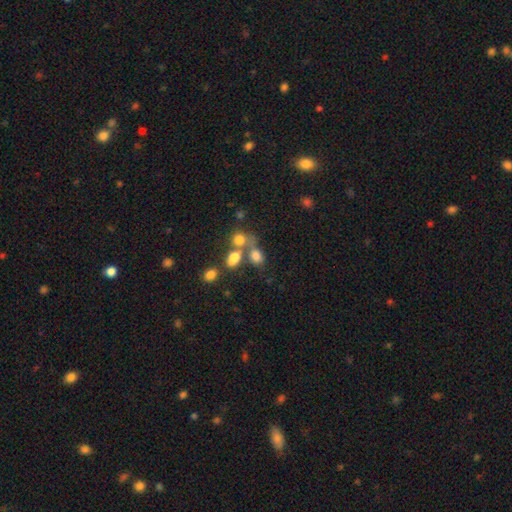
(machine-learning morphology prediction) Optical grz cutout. It shows a smooth galaxy with no disk features (74%) that is in between round and cigar-shaped (62%). Merging: merger (42%).